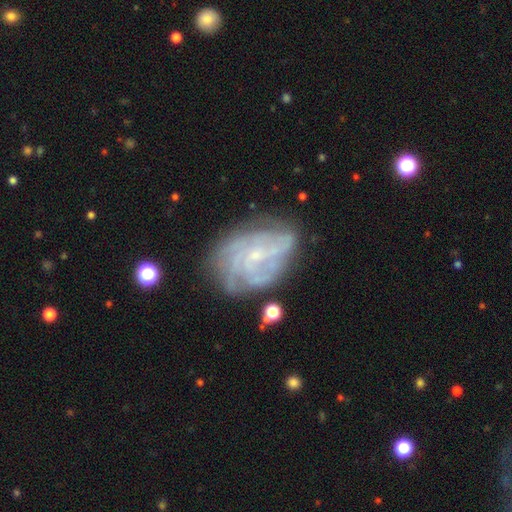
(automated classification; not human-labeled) featured or disk 80%, smooth 12%, star or artifact 8%. Down the decision tree: edge-on disk — no (97%); bar — no (61%); spiral arms — yes (90%); spiral arm count — can't tell (38%); spiral winding — tight (56%); bulge size — small (77%); merging — none (61%).